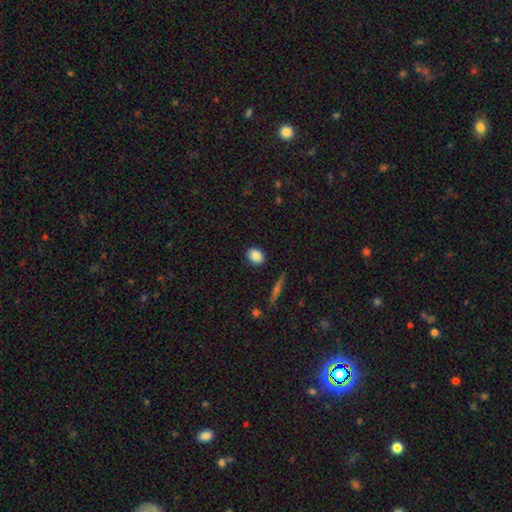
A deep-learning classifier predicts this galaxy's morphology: Smooth or featured? Predicted: smooth (p=0.87). How rounded? Predicted: in between (p=0.54). Merging? Predicted: none (p=0.87).